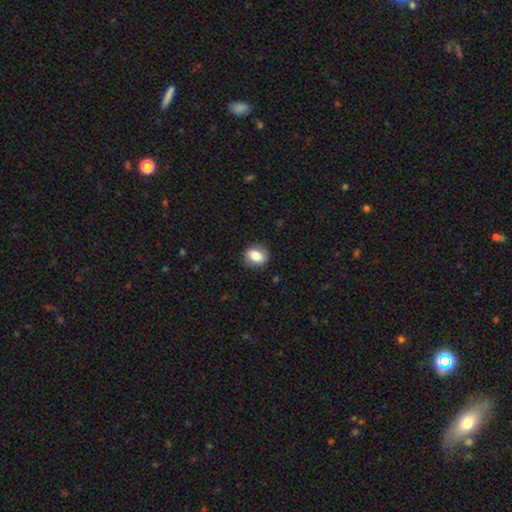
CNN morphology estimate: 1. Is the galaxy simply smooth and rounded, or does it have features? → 84% smooth, 8% star or artifact, 8% featured or disk.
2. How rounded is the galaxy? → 51% round, 48% in between, 1% cigar-shaped.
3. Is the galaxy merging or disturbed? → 88% none, 8% minor disturbance, 2% major disturbance, 1% merger.